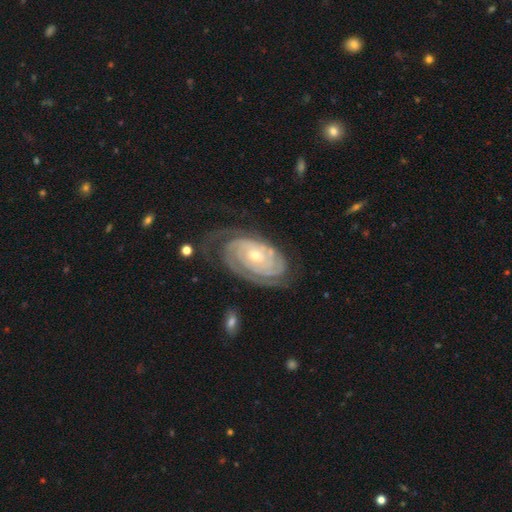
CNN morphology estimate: Smooth or featured? featured or disk (91%)
Edge-on disk? no (96%)
Bar? no (73%)
Spiral arms? yes (98%)
Spiral winding? tight (85%)
Spiral arm count? 2 (38%)
Bulge size? small (55%)
Merging? none (69%)